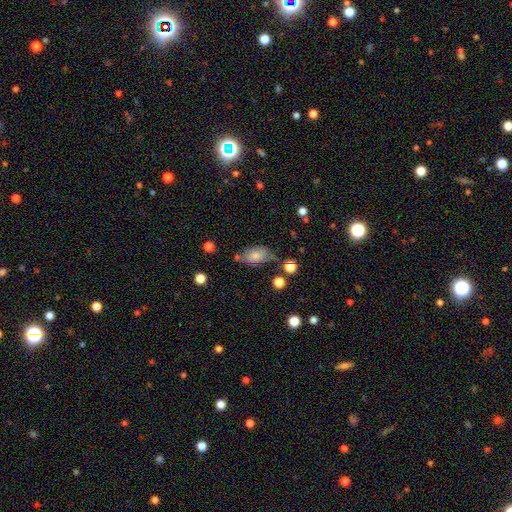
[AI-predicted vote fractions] Smooth or featured? Predicted: smooth (p=0.73). How rounded? Predicted: in between (p=0.88). Merging? Predicted: none (p=0.53).